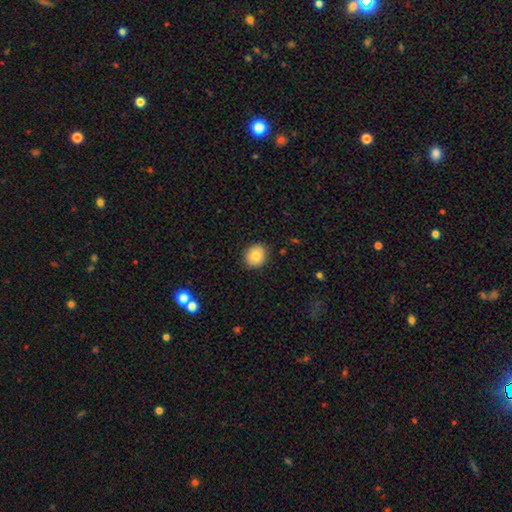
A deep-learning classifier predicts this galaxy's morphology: Smooth or featured: smooth — 81% (featured or disk — 11%)
How rounded: round — 75% (in between — 24%)
Merging: none — 88% (minor disturbance — 9%)